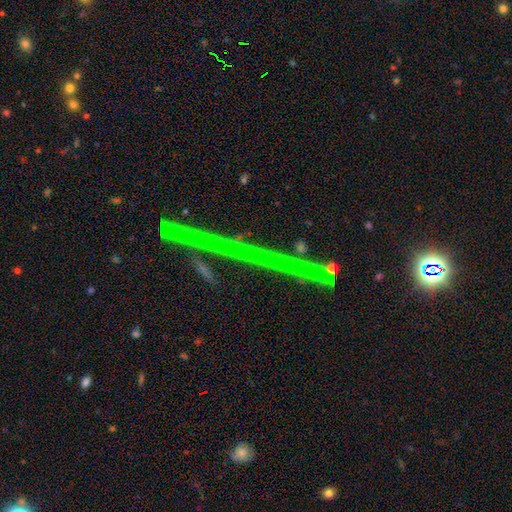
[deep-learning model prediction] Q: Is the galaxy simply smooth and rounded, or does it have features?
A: star or artifact — 51%.